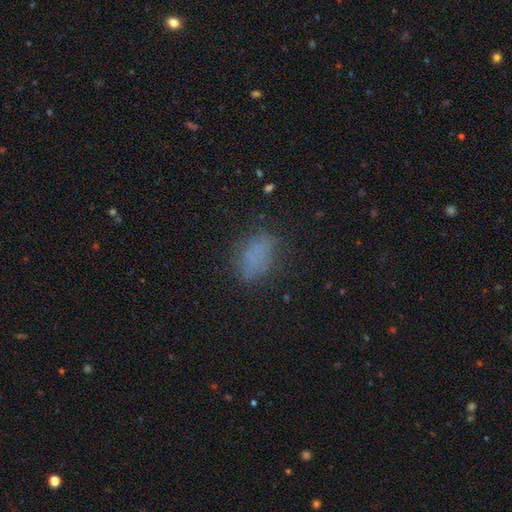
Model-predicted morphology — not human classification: type=smooth (72%); roundness=in between (85%); merging=none (70%).